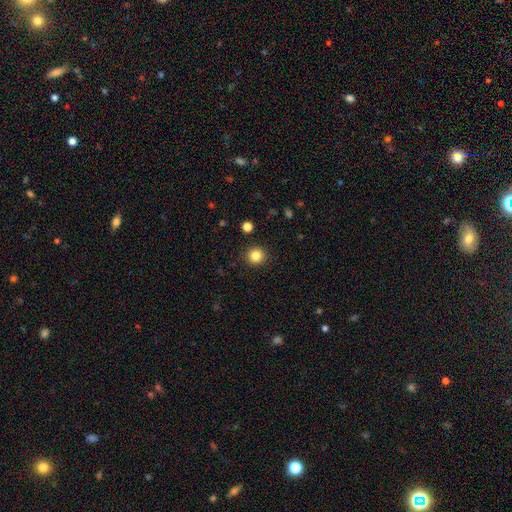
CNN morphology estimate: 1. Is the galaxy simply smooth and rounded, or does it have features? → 83% smooth, 12% star or artifact, 5% featured or disk.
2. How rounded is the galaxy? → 93% round, 6% in between, 1% cigar-shaped.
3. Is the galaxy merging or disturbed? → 91% none, 5% minor disturbance, 2% major disturbance, 1% merger.